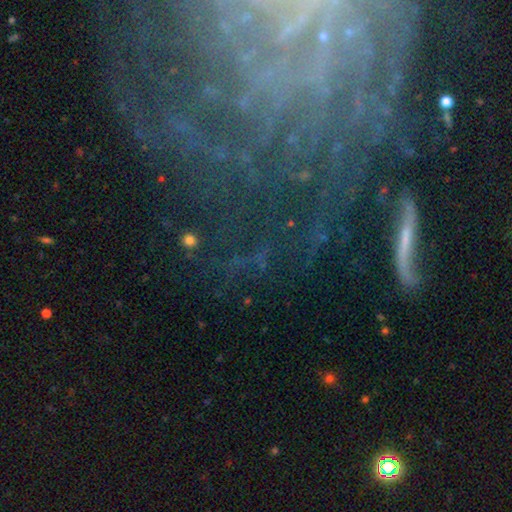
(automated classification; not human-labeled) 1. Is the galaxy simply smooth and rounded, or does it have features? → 59% featured or disk, 26% star or artifact, 15% smooth.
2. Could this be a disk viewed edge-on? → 79% no, 21% yes.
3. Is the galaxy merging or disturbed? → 70% none, 15% minor disturbance, 11% major disturbance, 5% merger.